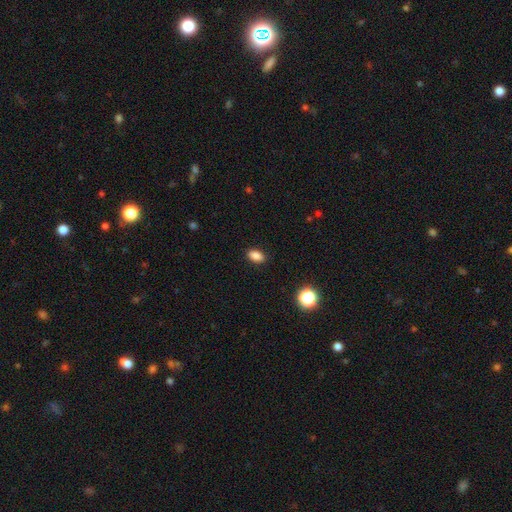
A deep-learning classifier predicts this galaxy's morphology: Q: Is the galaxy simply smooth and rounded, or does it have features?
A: smooth — 85%.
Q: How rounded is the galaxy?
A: in between — 87%.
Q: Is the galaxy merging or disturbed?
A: none — 89%.